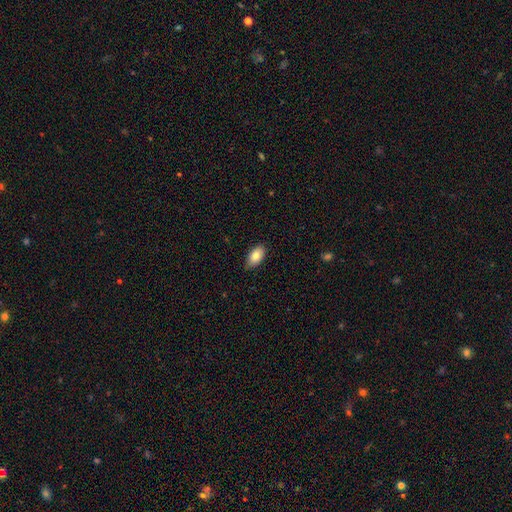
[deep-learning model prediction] The model was most divided on "smooth or featured": smooth: 82%, featured or disk: 11%, star or artifact: 7%. More confident: how rounded — in between (94%); merging — none (85%).